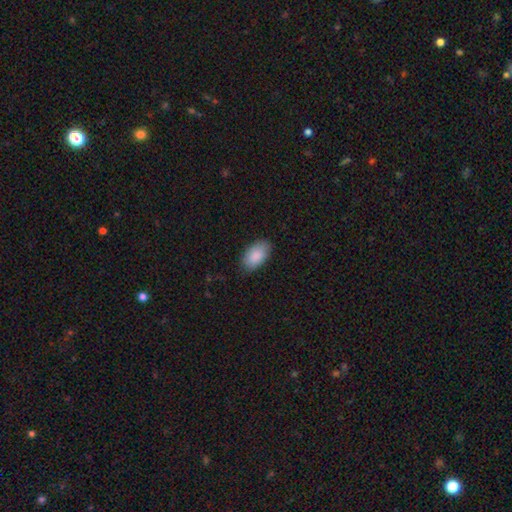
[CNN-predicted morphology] Smooth or featured?
  - smooth: 89% *
  - star or artifact: 6%
  - featured or disk: 5%
How rounded?
  - in between: 95% *
  - round: 3%
  - cigar-shaped: 2%
Merging?
  - none: 83% *
  - minor disturbance: 13%
  - major disturbance: 3%
  - merger: 1%